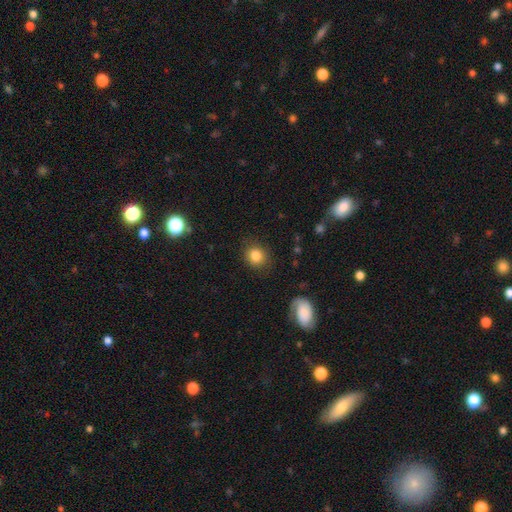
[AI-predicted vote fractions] smooth_or_featured: smooth (p=0.84) [alt: star or artifact p=0.09]
how_rounded: round (p=0.73) [alt: in between p=0.26]
merging: none (p=0.83) [alt: minor disturbance p=0.12]